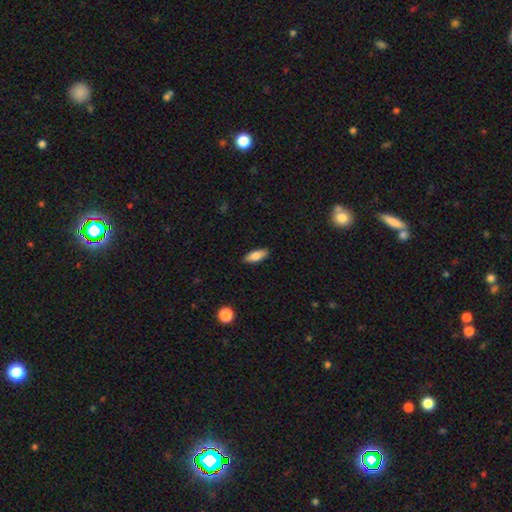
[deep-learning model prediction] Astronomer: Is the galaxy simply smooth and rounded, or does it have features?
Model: smooth — 81%.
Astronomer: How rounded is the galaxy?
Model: in between — 73%.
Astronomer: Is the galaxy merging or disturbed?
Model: none — 89%.